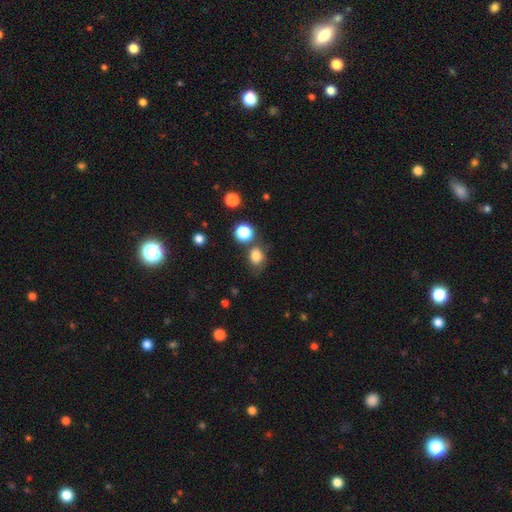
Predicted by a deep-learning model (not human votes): Morphology: type=smooth (80%); roundness=round (57%); merging=none (60%).